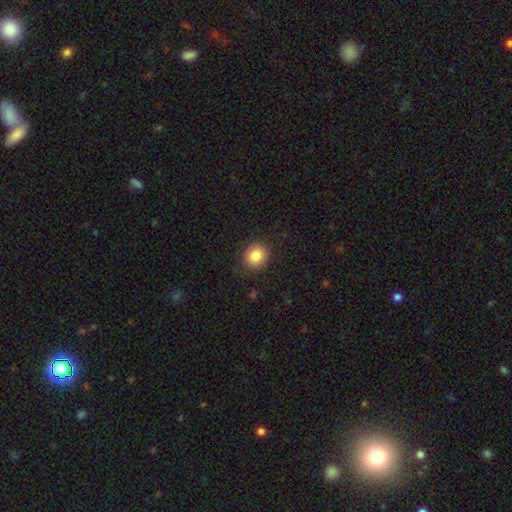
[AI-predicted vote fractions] Smooth or featured?
  - smooth: 85% *
  - star or artifact: 10%
  - featured or disk: 6%
How rounded?
  - round: 78% *
  - in between: 21%
  - cigar-shaped: 1%
Merging?
  - none: 88% *
  - minor disturbance: 9%
  - major disturbance: 3%
  - merger: 1%